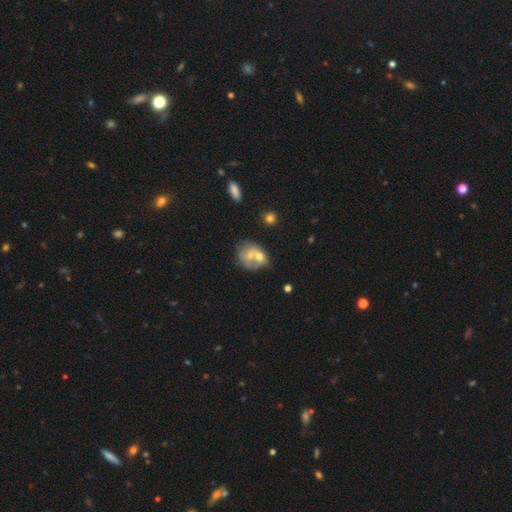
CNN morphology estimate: Smooth or featured? Predicted: smooth (p=0.55). How rounded? Predicted: round (p=0.55). Merging? Predicted: merger (p=0.59).